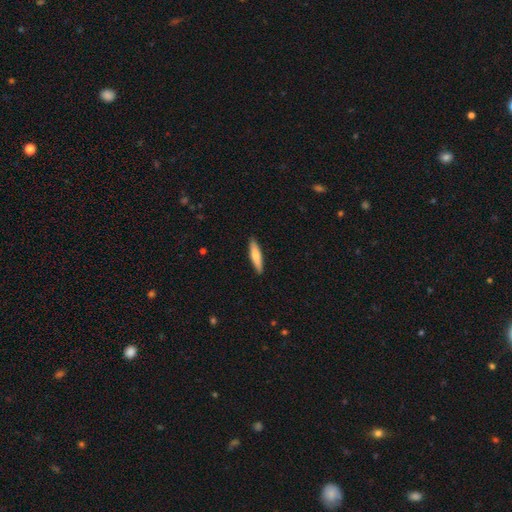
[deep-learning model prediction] smooth-or-featured: smooth: 71% | featured or disk: 23% | star or artifact: 5%
  how-rounded: cigar-shaped: 84% | in between: 15% | round: 1%
  merging: none: 90% | minor disturbance: 8% | major disturbance: 1% | merger: 1%